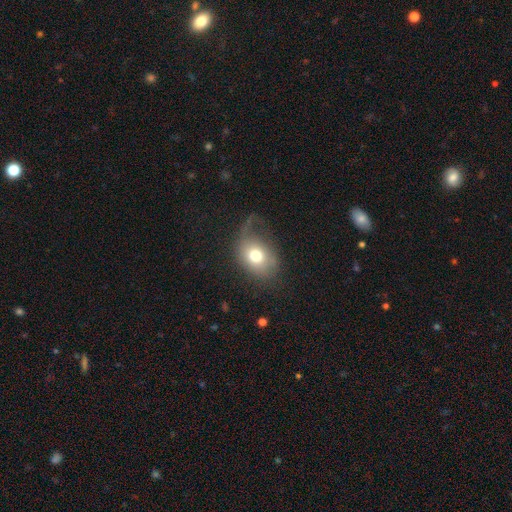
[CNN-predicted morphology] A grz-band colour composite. It shows a smooth galaxy with no disk features (70%) that is in between round and cigar-shaped (61%). Merging: none (42%).